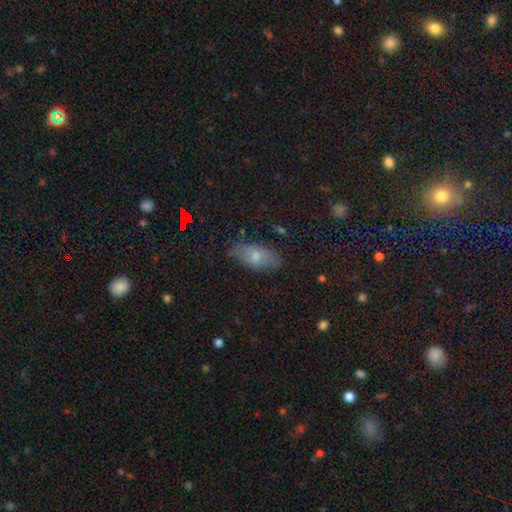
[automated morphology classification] smooth 69%, featured or disk 20%, star or artifact 11%. Down the decision tree: how rounded — in between (89%); merging — none (77%).